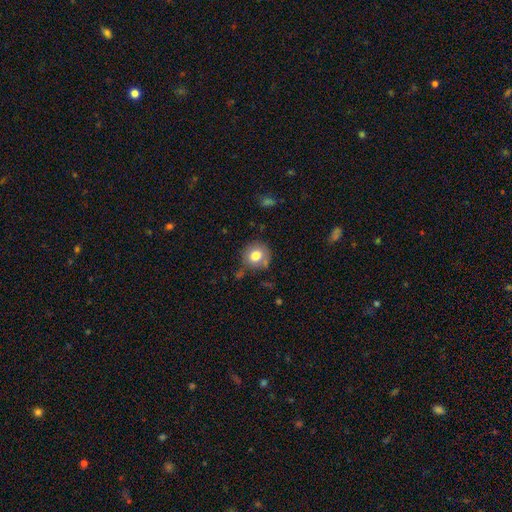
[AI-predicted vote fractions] smooth-or-featured: smooth: 78% | featured or disk: 12% | star or artifact: 10%
  how-rounded: round: 89% | in between: 10% | cigar-shaped: 1%
  merging: none: 74% | minor disturbance: 16% | merger: 5% | major disturbance: 5%